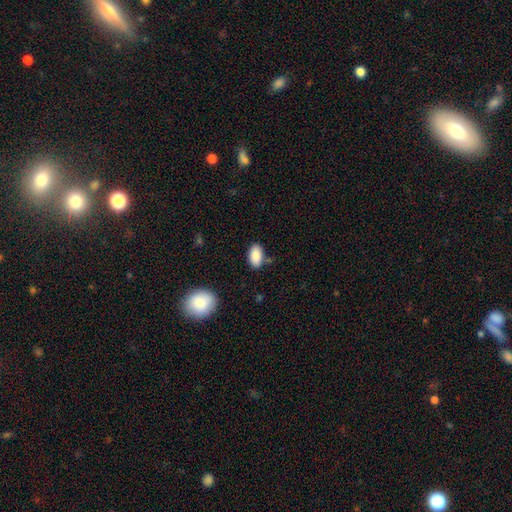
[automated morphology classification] smooth_or_featured: smooth (p=0.87) [alt: star or artifact p=0.07]
how_rounded: in between (p=0.93) [alt: round p=0.05]
merging: none (p=0.81) [alt: minor disturbance p=0.12]